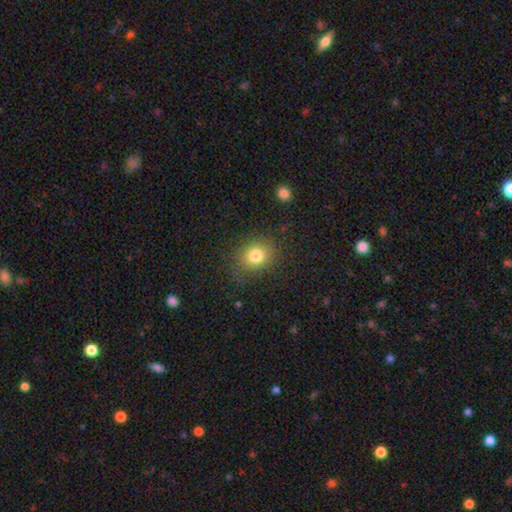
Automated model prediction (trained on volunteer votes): smooth 80%, star or artifact 12%, featured or disk 8%. Down the decision tree: how rounded — round (68%); merging — none (81%).